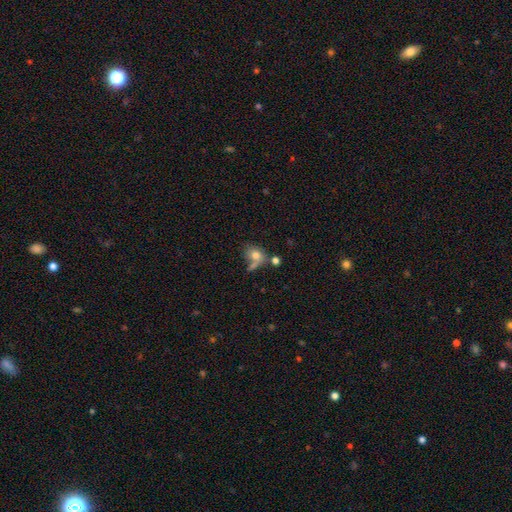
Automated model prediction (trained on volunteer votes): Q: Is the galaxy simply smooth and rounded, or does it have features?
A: smooth — 75%.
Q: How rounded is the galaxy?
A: in between — 52%.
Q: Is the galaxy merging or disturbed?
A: none — 41%.